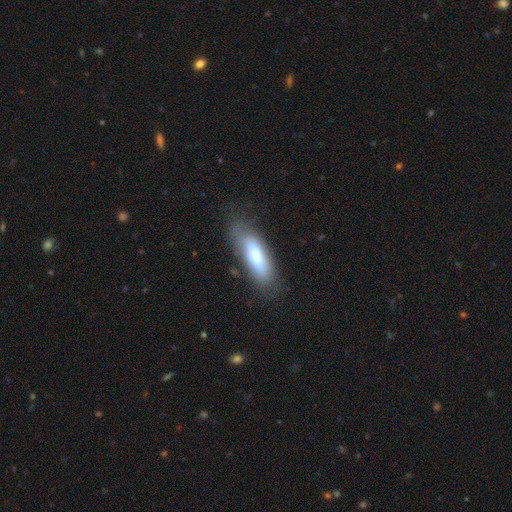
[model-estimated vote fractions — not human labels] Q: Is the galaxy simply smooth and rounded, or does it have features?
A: smooth — 71%.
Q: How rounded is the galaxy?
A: in between — 54%.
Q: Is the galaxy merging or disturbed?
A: none — 69%.